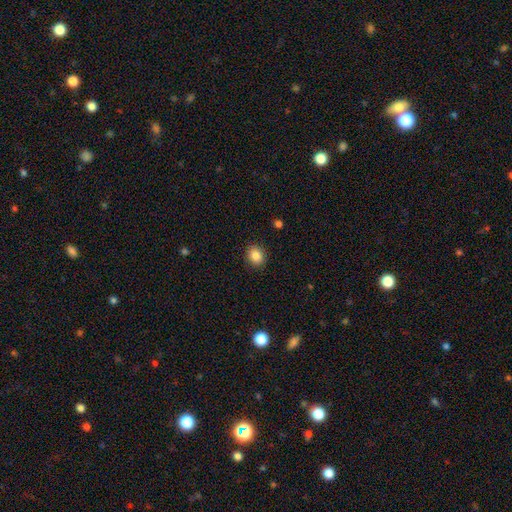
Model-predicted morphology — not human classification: Smooth or featured?
  - smooth: 87% *
  - star or artifact: 10%
  - featured or disk: 4%
How rounded?
  - round: 63% *
  - in between: 37%
  - cigar-shaped: 1%
Merging?
  - none: 89% *
  - minor disturbance: 7%
  - major disturbance: 2%
  - merger: 1%